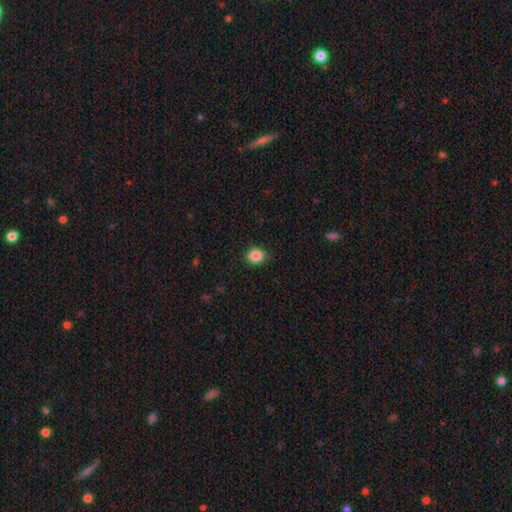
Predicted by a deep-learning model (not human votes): Overall: smooth (87%). How rounded: round (58%; in between 41%). Merging: none (85%).